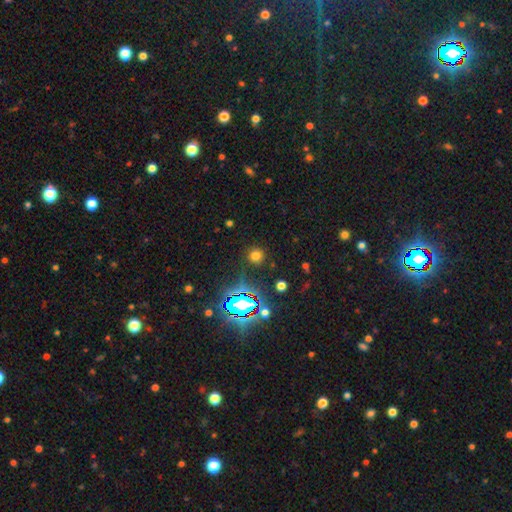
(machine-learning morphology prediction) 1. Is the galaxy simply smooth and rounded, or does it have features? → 65% smooth, 28% star or artifact, 7% featured or disk.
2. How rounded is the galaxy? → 93% round, 6% in between, 1% cigar-shaped.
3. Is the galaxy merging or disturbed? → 88% none, 7% minor disturbance, 3% major disturbance, 2% merger.